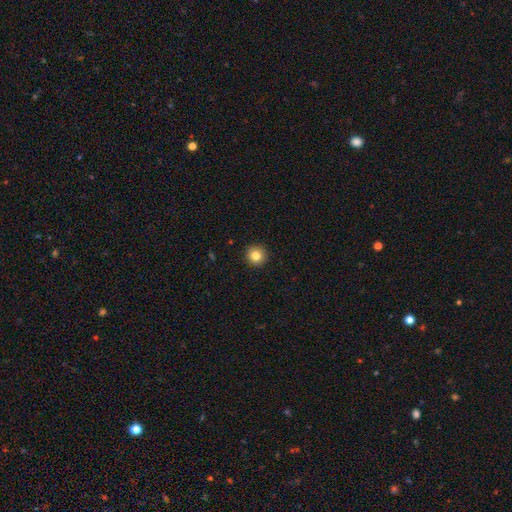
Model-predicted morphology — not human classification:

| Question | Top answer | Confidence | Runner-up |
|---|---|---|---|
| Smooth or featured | smooth | 82% | star or artifact (11%) |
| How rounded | round | 96% | in between (3%) |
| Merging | none | 94% | minor disturbance (4%) |